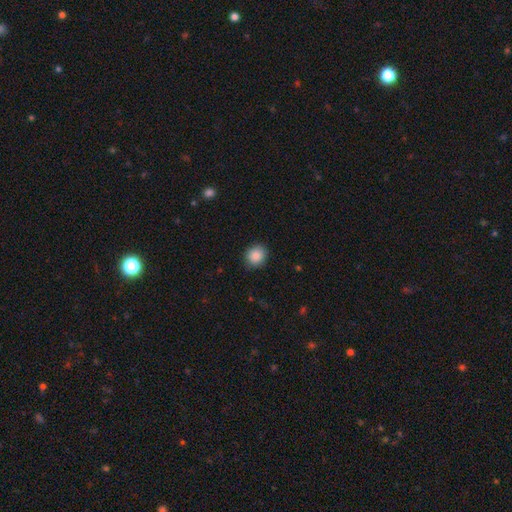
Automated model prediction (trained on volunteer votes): The model was most divided on "how rounded": round: 78%, in between: 22%, cigar-shaped: 1%. More confident: smooth or featured — smooth (88%); merging — none (87%).